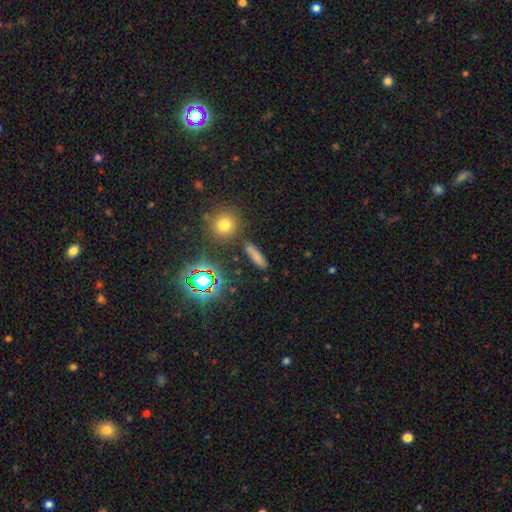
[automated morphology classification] Smooth or featured? Predicted: smooth (p=0.70). How rounded? Predicted: cigar-shaped (p=0.71). Merging? Predicted: none (p=0.83).